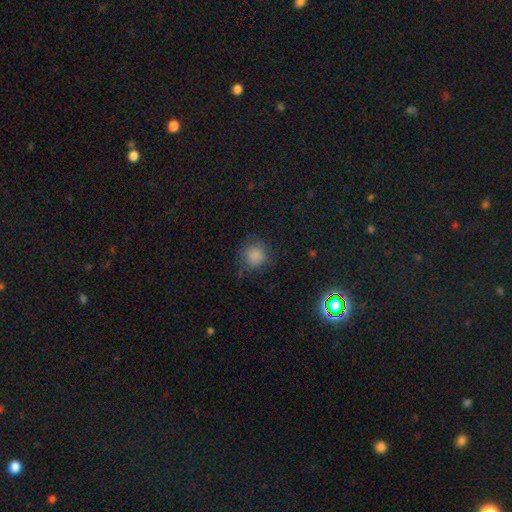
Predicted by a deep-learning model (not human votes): Morphology: type=smooth (77%); roundness=round (91%); merging=none (78%).